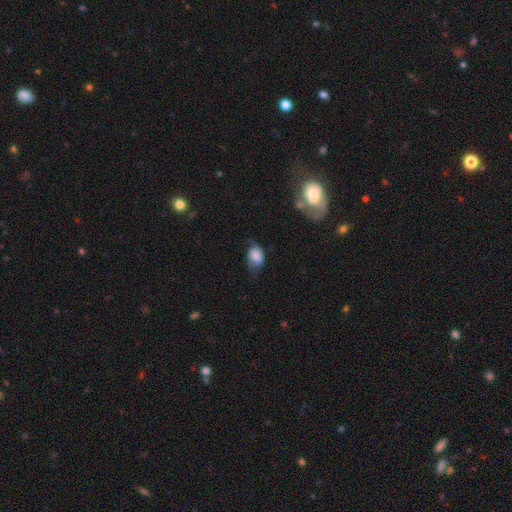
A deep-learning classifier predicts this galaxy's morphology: The model was most divided on "merging": none: 41%, minor disturbance: 34%, major disturbance: 22%, merger: 3%. More confident: how rounded — in between (77%); smooth or featured — smooth (63%).